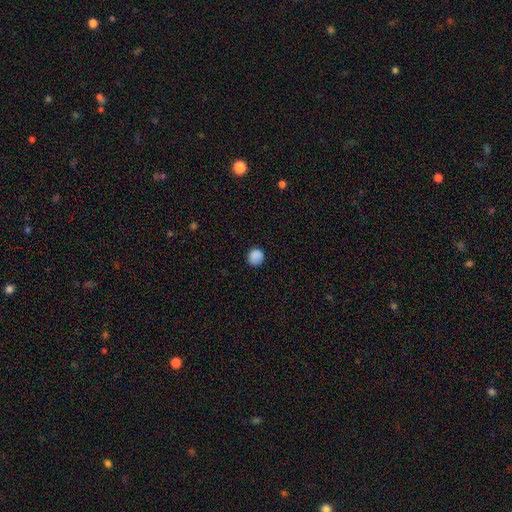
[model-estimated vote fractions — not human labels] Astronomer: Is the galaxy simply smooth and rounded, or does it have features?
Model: smooth — 87%.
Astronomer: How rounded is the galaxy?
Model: round — 87%.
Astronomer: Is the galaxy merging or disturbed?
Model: none — 86%.